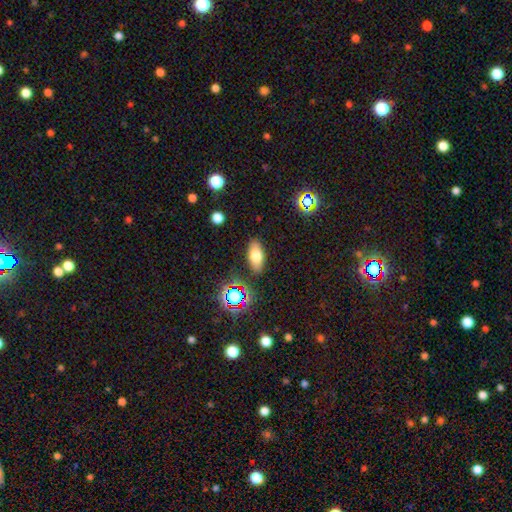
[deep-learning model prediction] Morphology: type=smooth (72%); roundness=in between (83%); merging=none (85%).